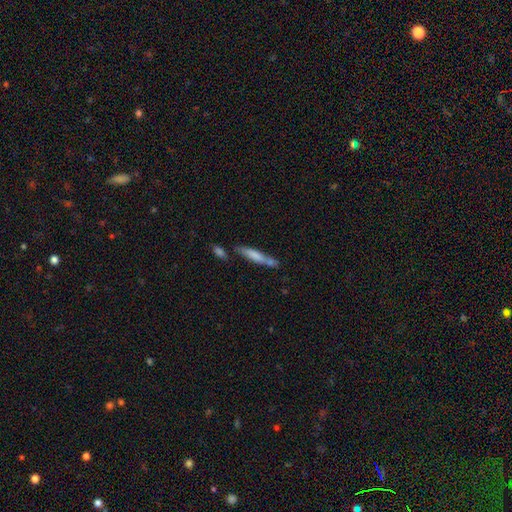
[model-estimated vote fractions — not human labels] Q: Smooth or featured?
A: smooth (65%); runner-up: featured or disk (28%)
Q: How rounded?
A: cigar-shaped (86%); runner-up: in between (12%)
Q: Merging?
A: none (54%); runner-up: merger (22%)